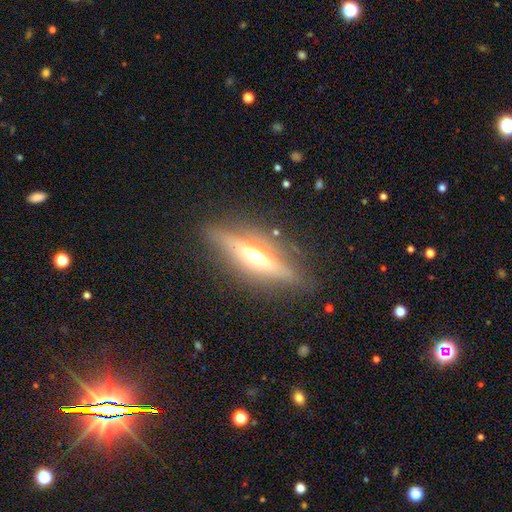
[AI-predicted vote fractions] Smooth or featured? Predicted: featured or disk (p=0.69). Edge-on disk? Predicted: yes (p=0.92). Edge-on bulge? Predicted: rounded (p=0.86). Merging? Predicted: none (p=0.82).